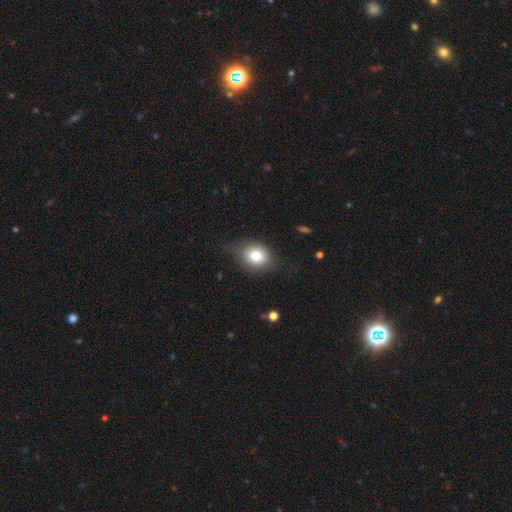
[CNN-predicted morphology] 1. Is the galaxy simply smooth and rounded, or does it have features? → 77% smooth, 14% featured or disk, 9% star or artifact.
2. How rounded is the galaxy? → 53% in between, 46% round, 1% cigar-shaped.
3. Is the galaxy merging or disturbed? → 64% none, 26% minor disturbance, 9% major disturbance, 1% merger.